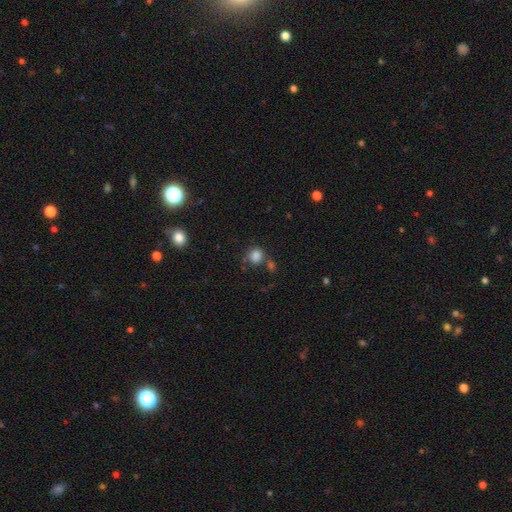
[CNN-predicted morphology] Smooth or featured: smooth — 84% (star or artifact — 11%)
How rounded: round — 84% (in between — 15%)
Merging: none — 65% (merger — 17%)